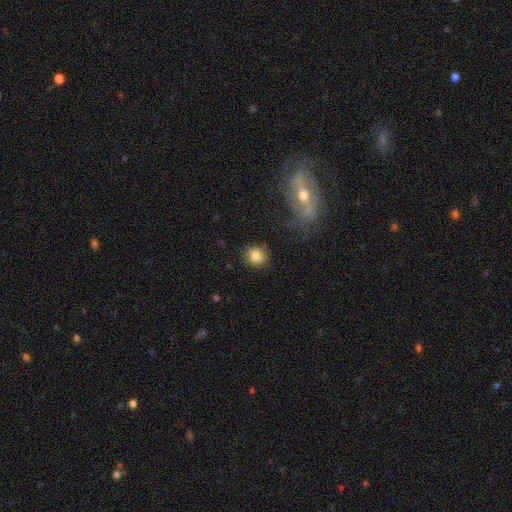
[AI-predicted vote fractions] smooth_or_featured: smooth (p=0.83) [alt: star or artifact p=0.10]
how_rounded: round (p=0.87) [alt: in between p=0.12]
merging: none (p=0.84) [alt: minor disturbance p=0.10]